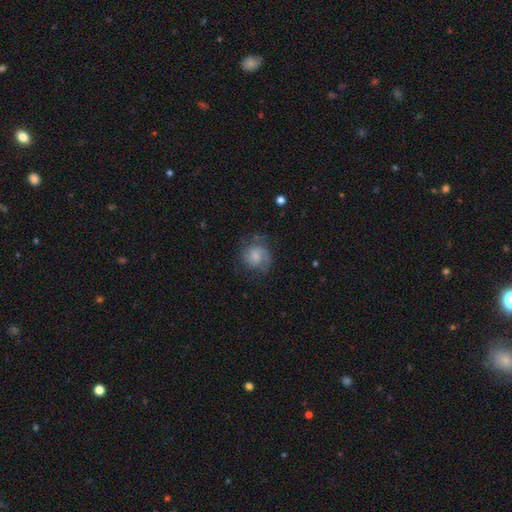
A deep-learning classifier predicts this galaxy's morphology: smooth 55%, featured or disk 37%, star or artifact 9%. Down the decision tree: how rounded — round (75%); merging — none (59%).